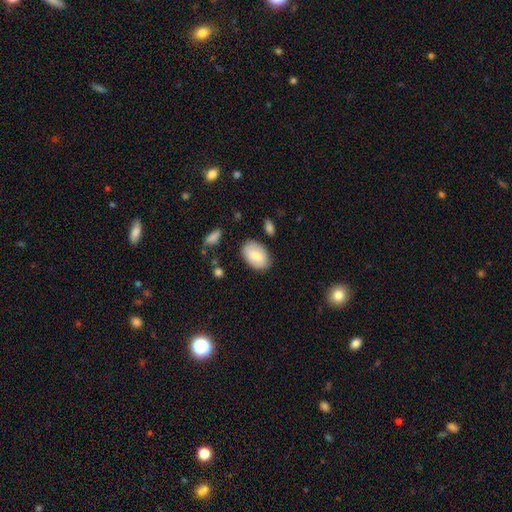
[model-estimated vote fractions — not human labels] This is likely a smooth galaxy (76%). How rounded: clearly in between (92%). Merging: clearly none (81%).